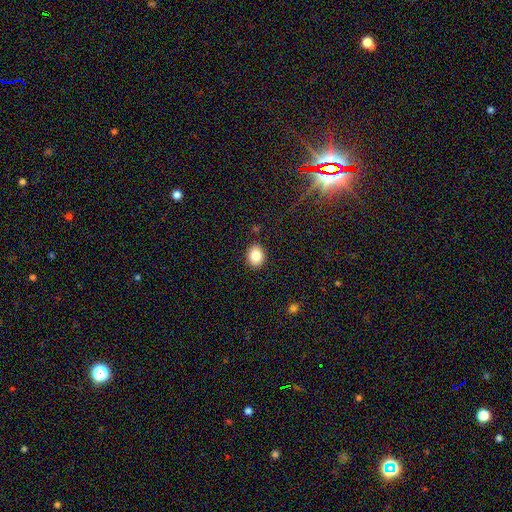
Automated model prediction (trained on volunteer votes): Smooth or featured: smooth — 86% (star or artifact — 9%)
How rounded: round — 57% (in between — 43%)
Merging: none — 90% (minor disturbance — 7%)